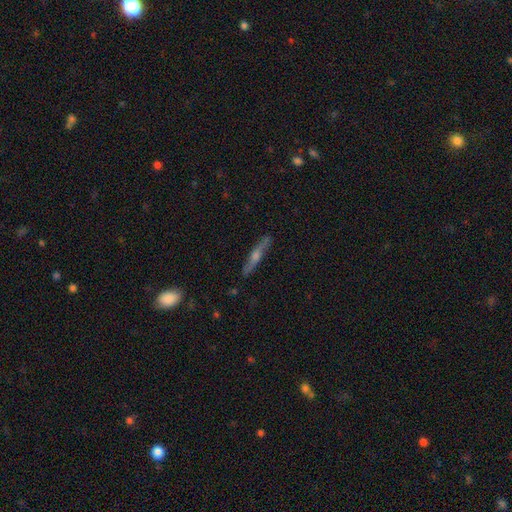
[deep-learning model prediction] The model was most divided on "smooth or featured": featured or disk: 62%, smooth: 32%, star or artifact: 6%. More confident: edge-on disk — yes (92%); merging — none (87%); edge-on bulge — rounded (82%).